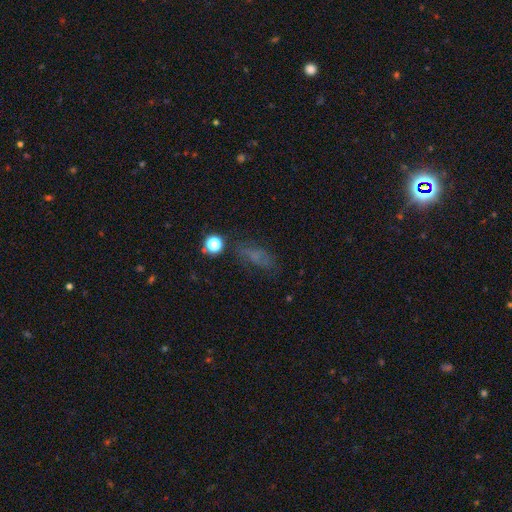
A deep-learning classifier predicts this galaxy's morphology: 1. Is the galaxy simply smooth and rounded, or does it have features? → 49% smooth, 29% star or artifact, 22% featured or disk.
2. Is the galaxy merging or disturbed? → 57% none, 21% minor disturbance, 17% major disturbance, 4% merger.